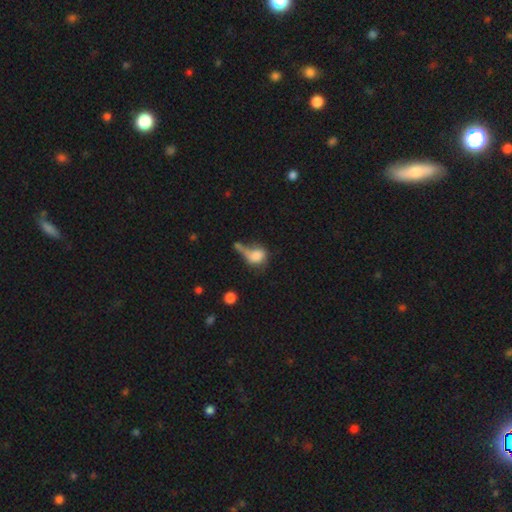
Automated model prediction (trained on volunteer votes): Q: Smooth or featured?
A: smooth (69%); runner-up: featured or disk (20%)
Q: How rounded?
A: in between (58%); runner-up: round (38%)
Q: Merging?
A: major disturbance (31%); runner-up: merger (29%)